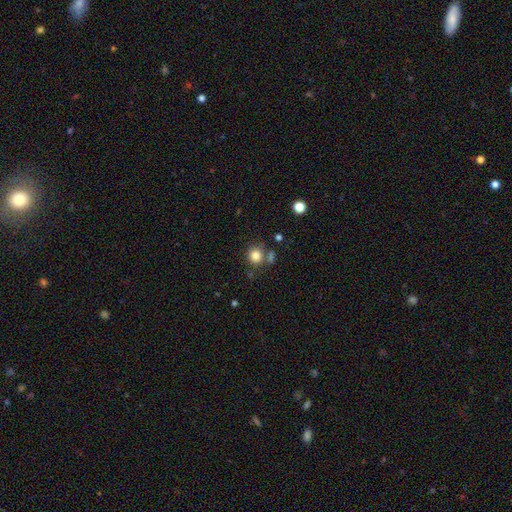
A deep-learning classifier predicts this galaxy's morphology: Smooth or featured: smooth — 82% (star or artifact — 12%)
How rounded: round — 87% (in between — 12%)
Merging: none — 70% (merger — 13%)